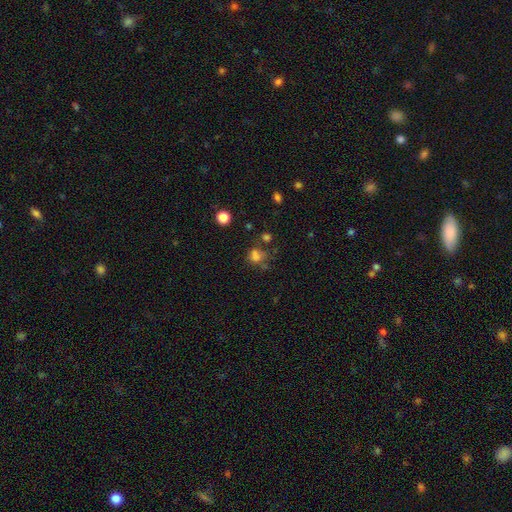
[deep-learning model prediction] smooth_or_featured: smooth (p=0.67) [alt: star or artifact p=0.20]
how_rounded: round (p=0.59) [alt: in between p=0.39]
merging: none (p=0.43) [alt: merger p=0.23]